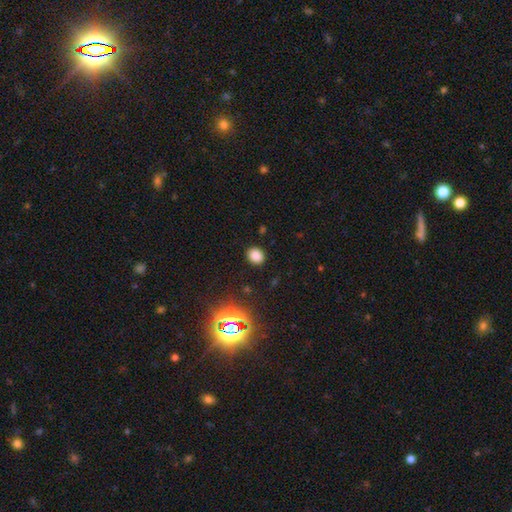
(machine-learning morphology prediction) Smooth or featured: smooth — 80% (star or artifact — 16%)
How rounded: round — 61% (in between — 38%)
Merging: none — 89% (minor disturbance — 7%)